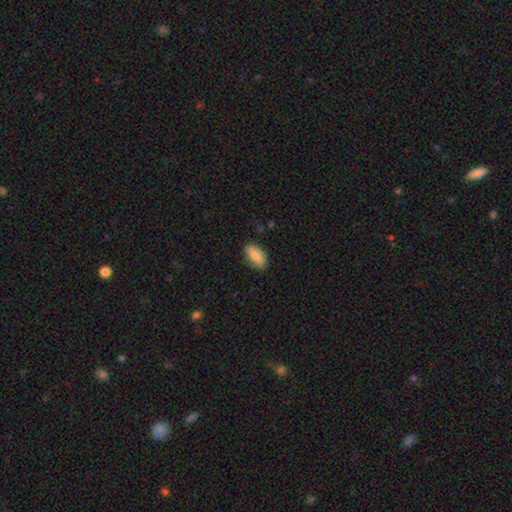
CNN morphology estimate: A smooth galaxy with no disk features (81%) that is in between round and cigar-shaped (87%).

Vote fractions:
- Smooth or featured? smooth: 81% / featured or disk: 12% / star or artifact: 6%
- How rounded? in between: 87% / cigar-shaped: 9% / round: 3%
- Merging? none: 82% / minor disturbance: 14% / major disturbance: 3% / merger: 1%